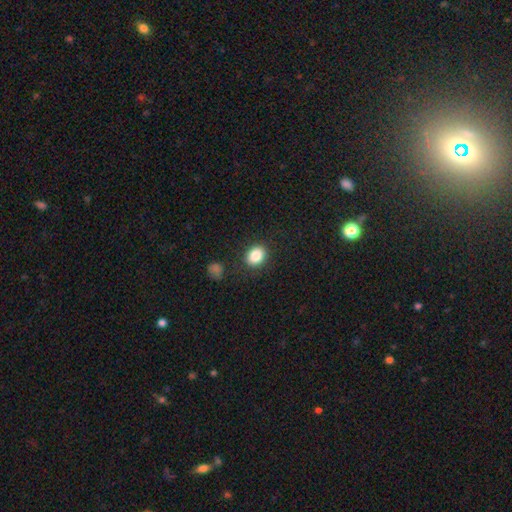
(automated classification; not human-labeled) smooth_or_featured: smooth (p=0.86) [alt: star or artifact p=0.09]
how_rounded: in between (p=0.50) [tied with: round p=0.50]
merging: none (p=0.84) [alt: minor disturbance p=0.10]